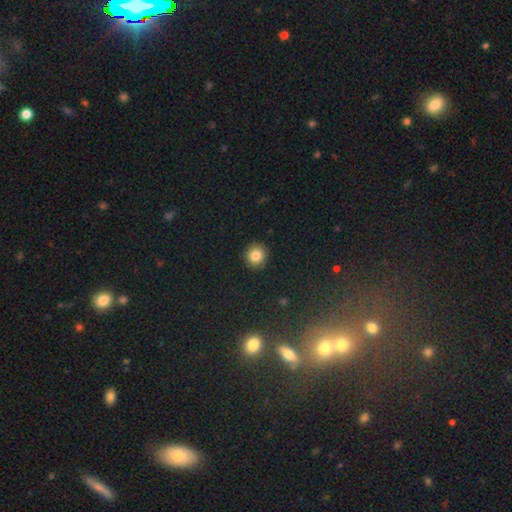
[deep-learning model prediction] Smooth or featured? smooth (83%)
How rounded? round (91%)
Merging? none (92%)